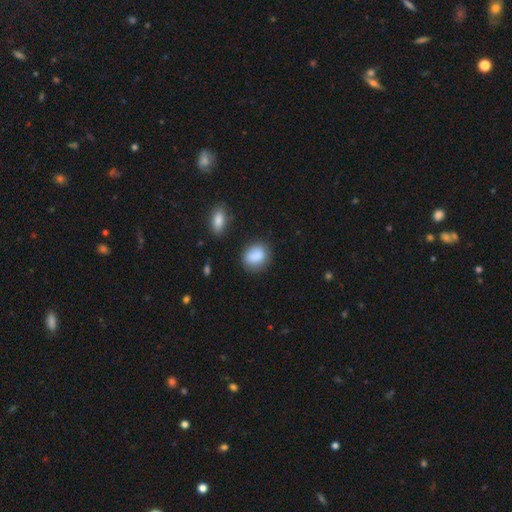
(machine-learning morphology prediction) smooth 87%, star or artifact 8%, featured or disk 5%. Down the decision tree: how rounded — in between (57%); merging — none (75%).